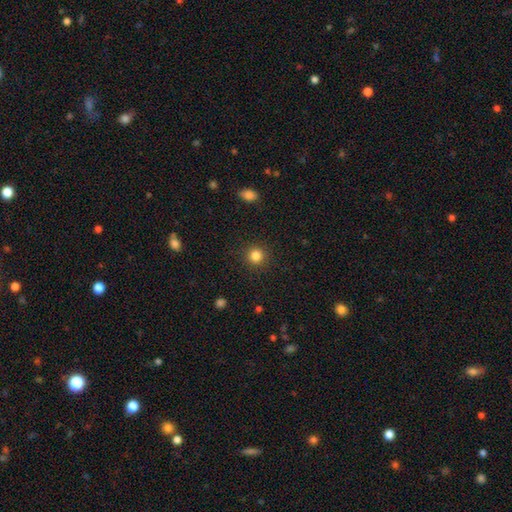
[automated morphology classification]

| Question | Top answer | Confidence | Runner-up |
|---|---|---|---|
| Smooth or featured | smooth | 84% | star or artifact (12%) |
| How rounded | round | 93% | in between (6%) |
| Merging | none | 91% | minor disturbance (6%) |